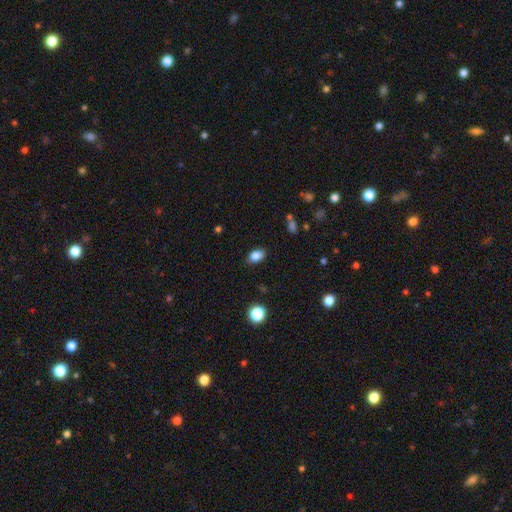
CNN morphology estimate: This is clearly a smooth galaxy (85%). How rounded: clearly in between (85%). Merging: clearly none (86%).